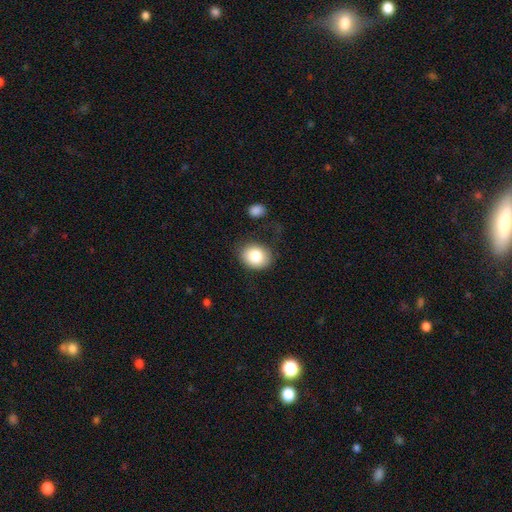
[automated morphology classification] The model was most divided on "how rounded": round: 54%, in between: 46%, cigar-shaped: 1%. More confident: smooth or featured — smooth (83%); merging — none (76%).